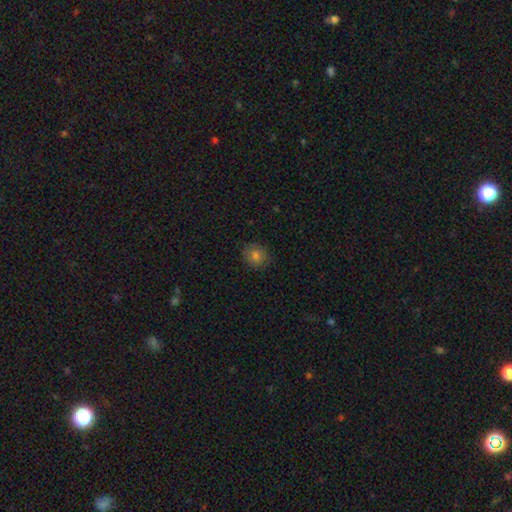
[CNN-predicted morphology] A smooth galaxy with no disk features (80%) that is round (80%). Merging: none (86%).